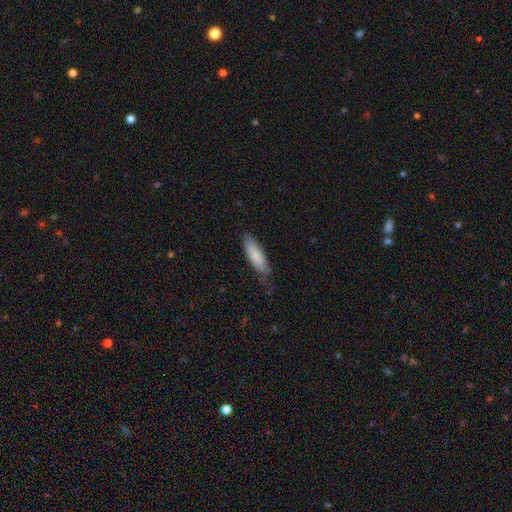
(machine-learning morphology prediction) Smooth or featured: smooth — 83% (featured or disk — 12%)
How rounded: cigar-shaped — 51% (in between — 48%)
Merging: none — 67% (minor disturbance — 26%)